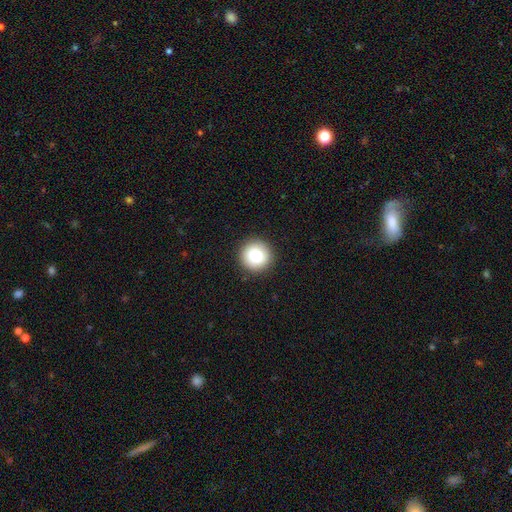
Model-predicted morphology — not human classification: Smooth or featured?
  - smooth: 83% *
  - star or artifact: 9%
  - featured or disk: 8%
How rounded?
  - round: 95% *
  - in between: 4%
  - cigar-shaped: 1%
Merging?
  - none: 91% *
  - minor disturbance: 6%
  - major disturbance: 2%
  - merger: 1%